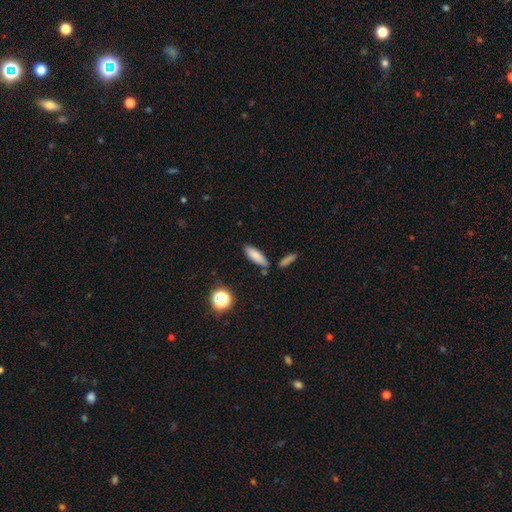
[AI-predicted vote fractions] Overall: smooth (82%). How rounded: in between (54%; cigar-shaped 42%). Merging: none (75%).